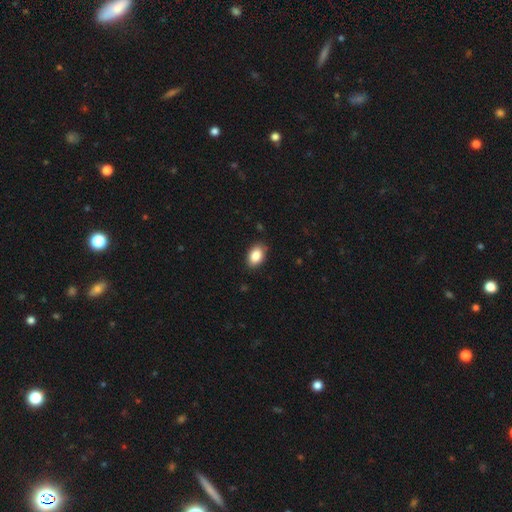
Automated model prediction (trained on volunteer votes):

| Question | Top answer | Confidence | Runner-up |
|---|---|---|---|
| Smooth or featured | smooth | 87% | star or artifact (7%) |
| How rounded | in between | 87% | round (12%) |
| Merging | none | 85% | minor disturbance (12%) |